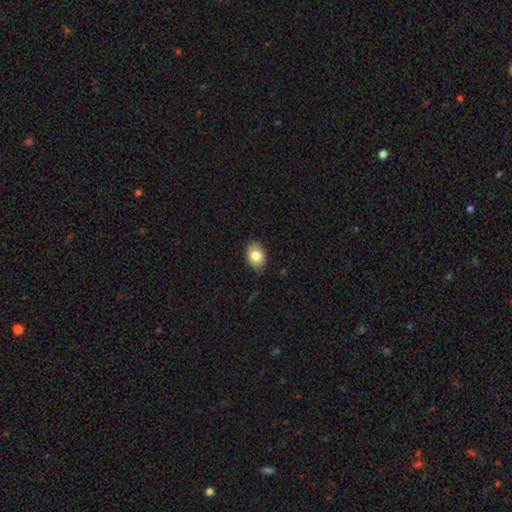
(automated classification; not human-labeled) Q: Smooth or featured?
A: smooth (82%); runner-up: featured or disk (10%)
Q: How rounded?
A: in between (81%); runner-up: round (18%)
Q: Merging?
A: none (83%); runner-up: minor disturbance (14%)